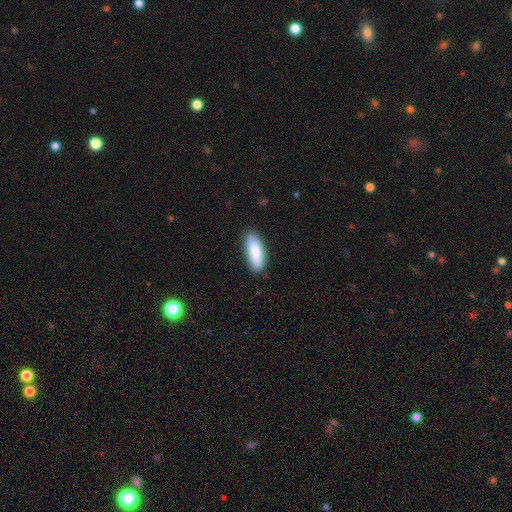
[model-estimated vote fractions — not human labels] The model was most divided on "how rounded": in between: 60%, cigar-shaped: 39%, round: 2%. More confident: merging — none (86%); smooth or featured — smooth (86%).